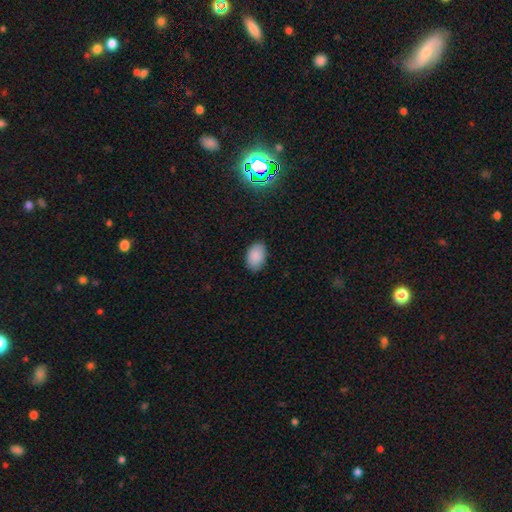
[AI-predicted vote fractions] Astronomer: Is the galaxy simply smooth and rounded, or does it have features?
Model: smooth — 88%.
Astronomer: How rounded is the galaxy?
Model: in between — 89%.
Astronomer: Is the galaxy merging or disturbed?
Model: none — 86%.